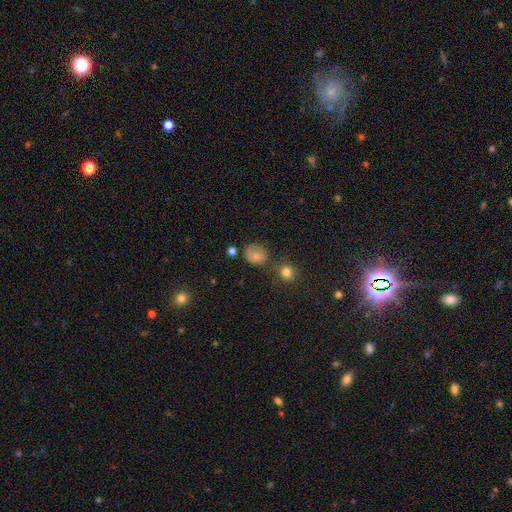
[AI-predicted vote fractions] This is likely a smooth galaxy (77%). How rounded: likely round (68%). Merging: possibly none (58%).